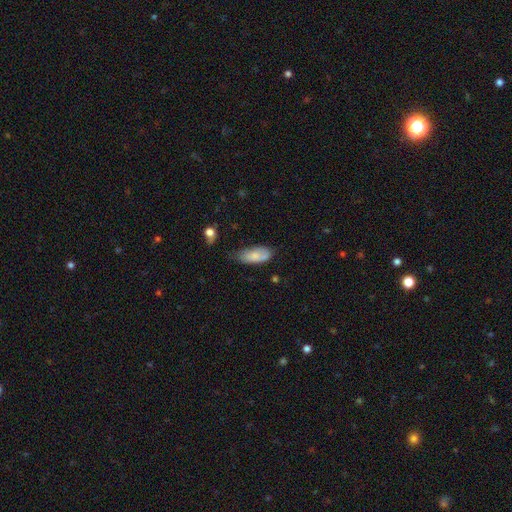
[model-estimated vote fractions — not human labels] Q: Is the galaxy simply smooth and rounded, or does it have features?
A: smooth — 75%.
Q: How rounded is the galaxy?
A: in between — 84%.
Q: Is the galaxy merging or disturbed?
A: none — 48%.